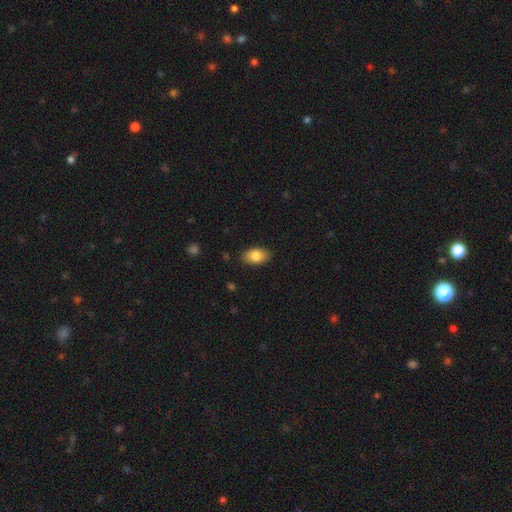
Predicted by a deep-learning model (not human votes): Smooth or featured? smooth (83%)
How rounded? in between (91%)
Merging? none (87%)